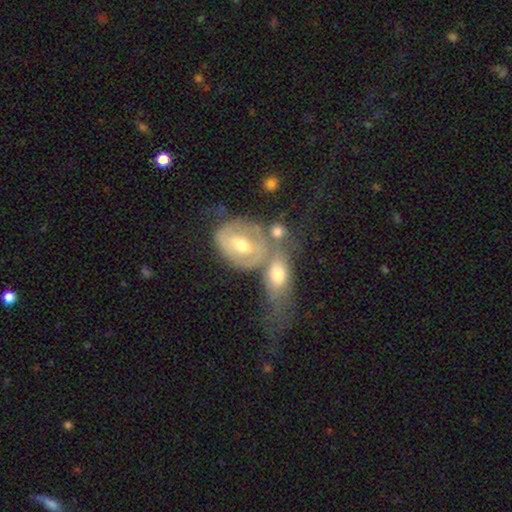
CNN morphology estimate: smooth_or_featured: featured or disk (p=0.48) [alt: smooth p=0.35]
merging: merger (p=0.67) [alt: none p=0.16]